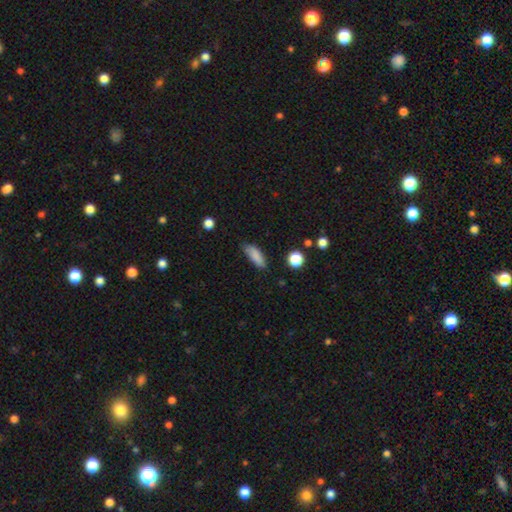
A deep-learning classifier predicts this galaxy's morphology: A smooth galaxy with no disk features (85%) that is in between round and cigar-shaped (63%).

Vote fractions:
- Smooth or featured? smooth: 85% / star or artifact: 8% / featured or disk: 7%
- How rounded? in between: 63% / cigar-shaped: 34% / round: 3%
- Merging? none: 73% / minor disturbance: 21% / major disturbance: 4% / merger: 2%